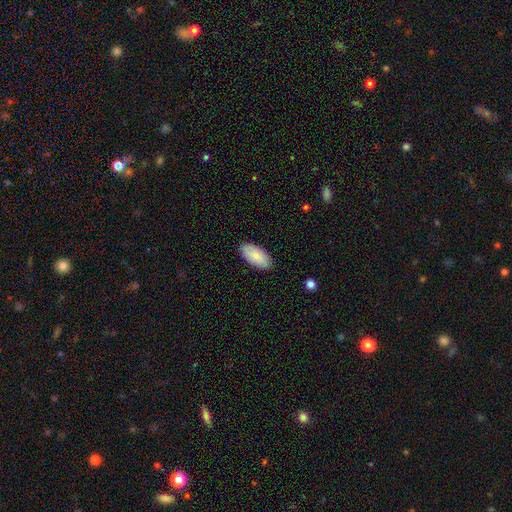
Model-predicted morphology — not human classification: Smooth or featured: smooth — 83% (featured or disk — 12%)
How rounded: in between — 94% (cigar-shaped — 4%)
Merging: none — 88% (minor disturbance — 9%)